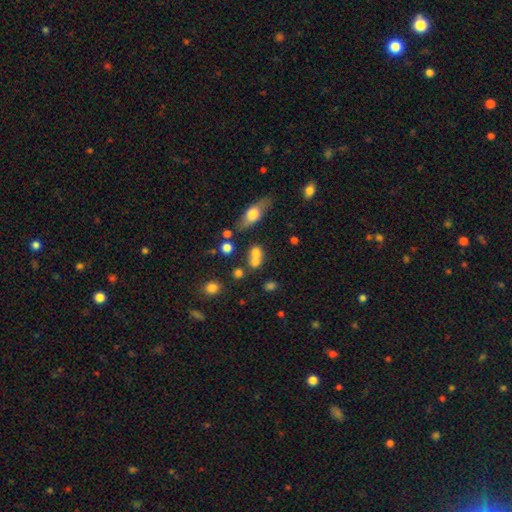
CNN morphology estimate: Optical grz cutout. It shows a smooth galaxy with no disk features (68%) that is round (57%). Merging: merger (50%).